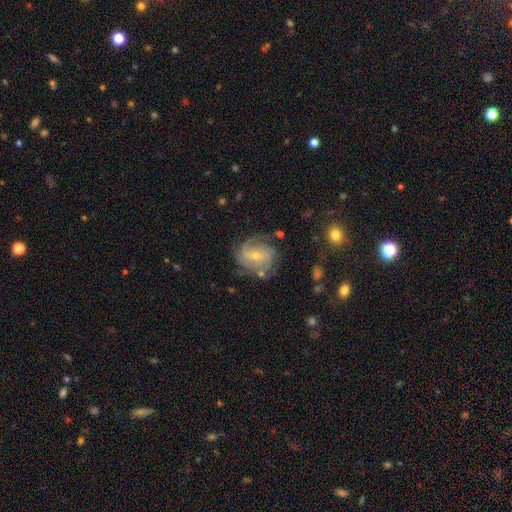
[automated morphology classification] Smooth or featured? Predicted: featured or disk (p=0.81). Edge-on disk? Predicted: no (p=0.97). Bar? Predicted: weak (p=0.44). Spiral arms? Predicted: yes (p=0.95). Spiral winding? Predicted: tight (p=0.54). Spiral arm count? Predicted: can't tell (p=0.29). Bulge size? Predicted: small (p=0.59). Merging? Predicted: none (p=0.71).